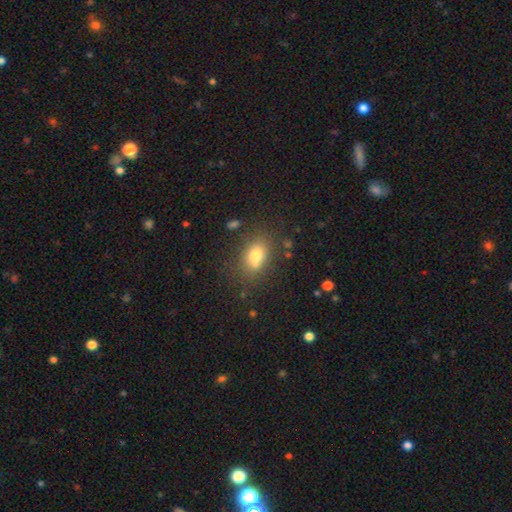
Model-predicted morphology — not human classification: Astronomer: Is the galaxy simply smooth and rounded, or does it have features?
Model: smooth — 75%.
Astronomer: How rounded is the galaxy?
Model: in between — 72%.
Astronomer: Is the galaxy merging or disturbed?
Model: none — 71%.